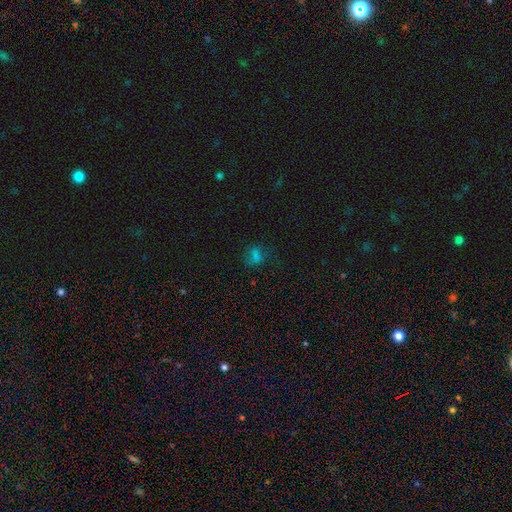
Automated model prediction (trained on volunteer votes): This appears to be a smooth galaxy with no disk features (62%) that is in between round and cigar-shaped (64%). Merging: none (61%).